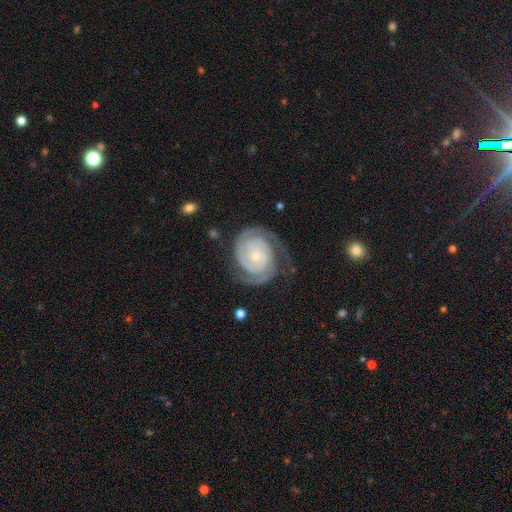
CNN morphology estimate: Smooth or featured? featured or disk (91%)
Edge-on disk? no (98%)
Bar? no (73%)
Spiral arms? yes (98%)
Spiral winding? tight (77%)
Spiral arm count? 2 (75%)
Bulge size? small (73%)
Merging? none (73%)